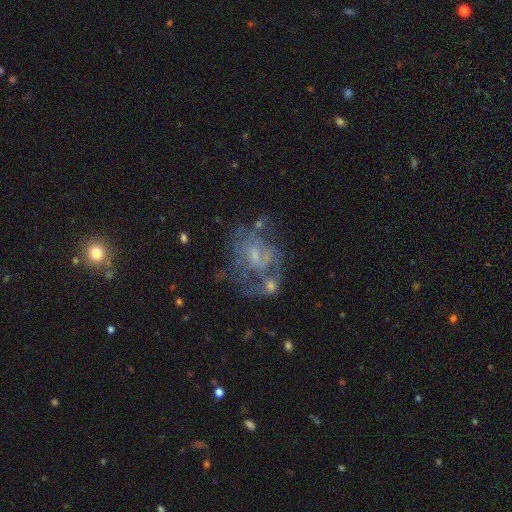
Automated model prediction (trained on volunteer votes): Morphology: type=featured or disk (67%); edge-on=no (97%); bar=no (59%); spiral arms=yes (62%); bulge=small (52%); merging=none (41%).